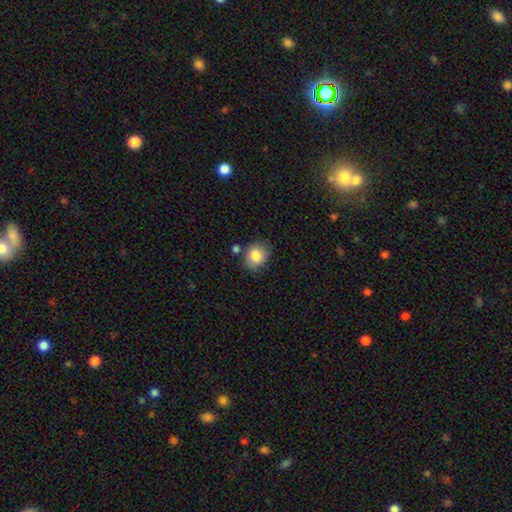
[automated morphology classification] Smooth or featured: smooth — 85% (star or artifact — 8%)
How rounded: round — 60% (in between — 39%)
Merging: none — 74% (minor disturbance — 15%)